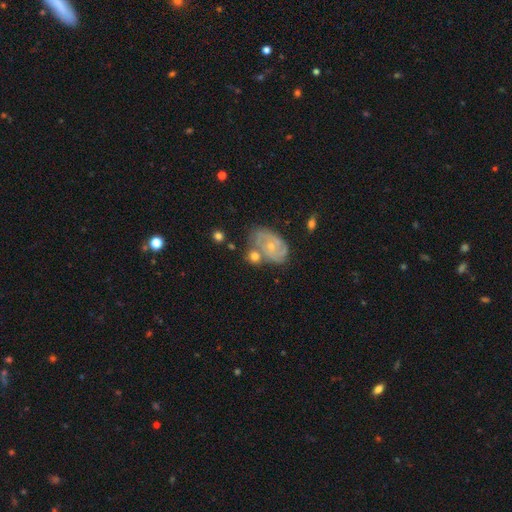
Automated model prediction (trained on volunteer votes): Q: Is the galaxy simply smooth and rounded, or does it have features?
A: featured or disk — 64%.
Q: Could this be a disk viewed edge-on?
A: no — 95%.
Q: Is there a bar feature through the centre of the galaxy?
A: no — 75%.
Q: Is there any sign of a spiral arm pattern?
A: yes — 79%.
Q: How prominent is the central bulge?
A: small — 68%.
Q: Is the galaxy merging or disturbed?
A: none — 57%.